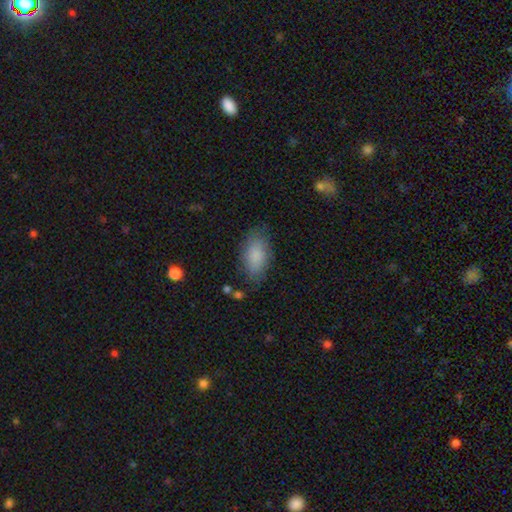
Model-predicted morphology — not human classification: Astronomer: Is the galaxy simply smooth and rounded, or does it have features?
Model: smooth — 85%.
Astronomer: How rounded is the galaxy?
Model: in between — 92%.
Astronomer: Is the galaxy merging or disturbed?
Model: none — 76%.